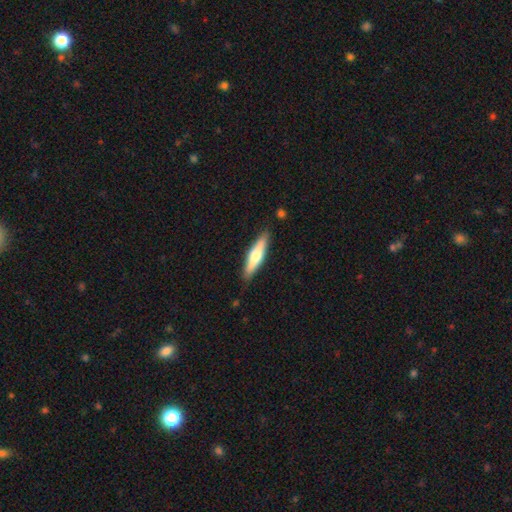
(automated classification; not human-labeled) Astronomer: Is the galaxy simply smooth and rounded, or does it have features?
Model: smooth — 54% (runner-up: featured or disk, 41%).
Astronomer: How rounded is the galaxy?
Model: cigar-shaped — 75%.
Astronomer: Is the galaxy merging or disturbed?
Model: none — 87%.